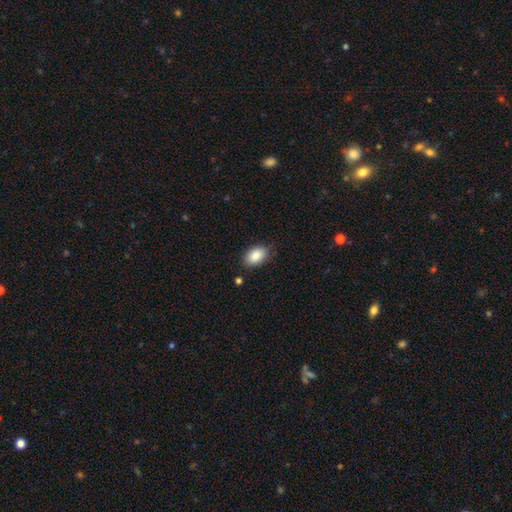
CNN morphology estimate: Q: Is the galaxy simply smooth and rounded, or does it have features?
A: smooth — 87%.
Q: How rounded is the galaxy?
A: in between — 90%.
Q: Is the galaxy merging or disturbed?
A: none — 81%.